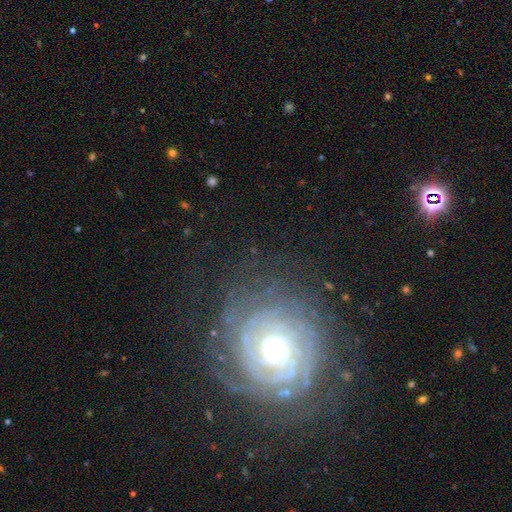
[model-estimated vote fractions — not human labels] Morphology: type=featured or disk (82%); edge-on=no (97%); bar=no (59%); spiral arms=yes (94%); winding=tight (83%); arm count=can't tell (30%); bulge=moderate (63%); merging=none (78%).